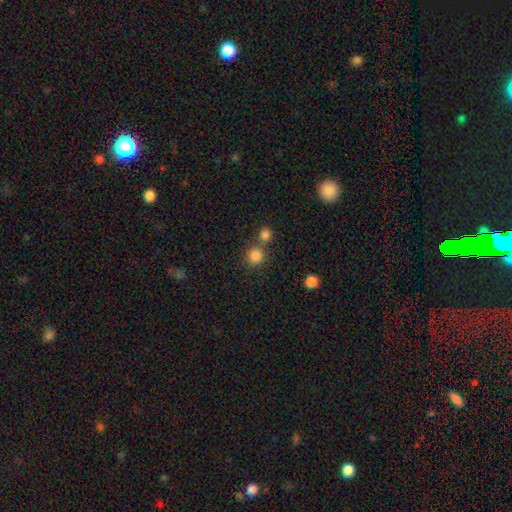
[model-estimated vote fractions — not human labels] This is clearly a smooth galaxy (83%). How rounded: clearly round (91%). Merging: likely none (65%).